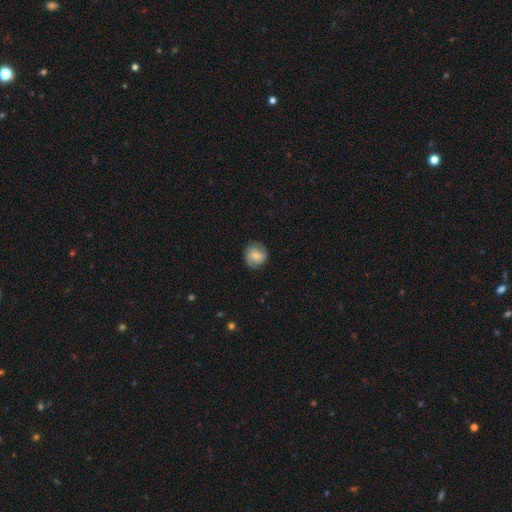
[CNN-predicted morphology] Q: Smooth or featured?
A: featured or disk (51%); runner-up: smooth (41%)
Q: Edge-on disk?
A: no (97%); runner-up: yes (3%)
Q: Bar?
A: no (60%); runner-up: weak (33%)
Q: Spiral arms?
A: yes (89%); runner-up: no (11%)
Q: Bulge size?
A: small (56%); runner-up: moderate (35%)
Q: Merging?
A: none (78%); runner-up: minor disturbance (16%)